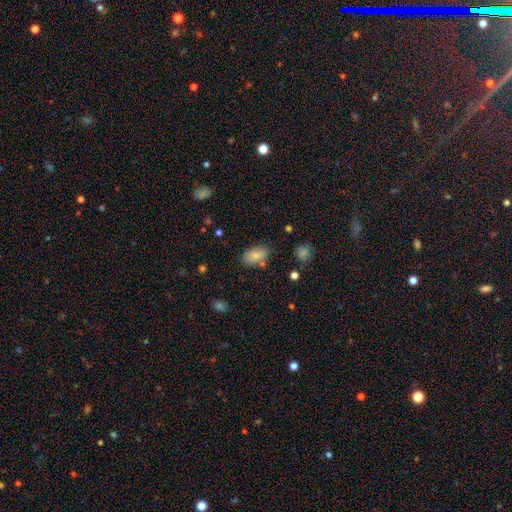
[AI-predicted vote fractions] Smooth or featured? smooth (80%)
How rounded? in between (92%)
Merging? none (73%)